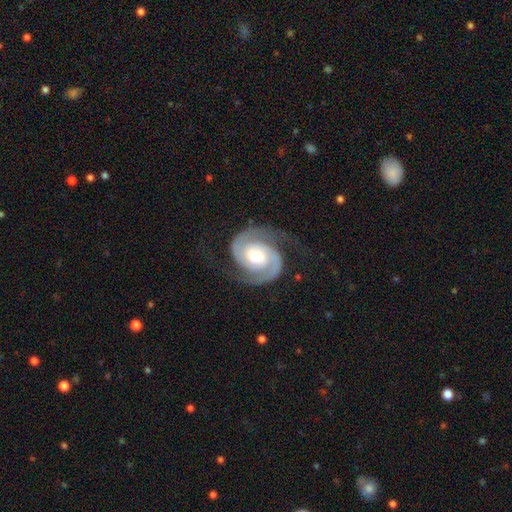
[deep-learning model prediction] This is clearly a featured or disk galaxy (93%). It is clearly not viewed edge-on (98%). Bar: possibly no (58%). Spiral arm pattern: clearly yes (99%). Spiral arm count: clearly 2 (94%). Spiral winding: possibly tight (46%, tied with medium). Central bulge: likely moderate (70%). Merging: likely none (77%).